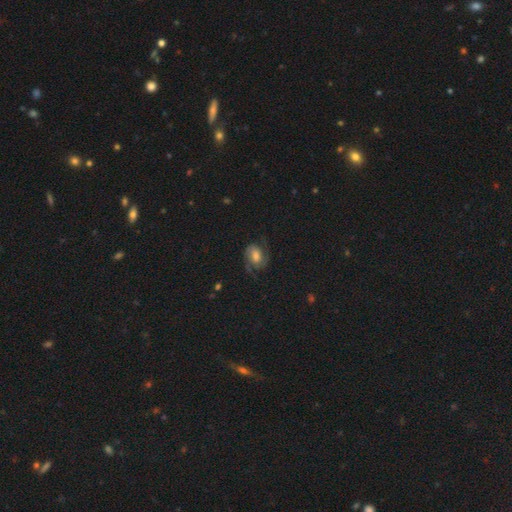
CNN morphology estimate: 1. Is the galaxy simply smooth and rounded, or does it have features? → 69% featured or disk, 21% smooth, 10% star or artifact.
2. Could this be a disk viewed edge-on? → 97% no, 3% yes.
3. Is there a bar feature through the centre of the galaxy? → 48% no, 41% weak, 11% strong.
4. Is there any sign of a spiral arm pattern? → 94% yes, 6% no.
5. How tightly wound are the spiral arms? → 49% medium, 30% tight, 21% loose.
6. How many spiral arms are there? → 86% 2, 6% can't tell, 3% 1, 3% 3, 1% 4, 1% more than 4.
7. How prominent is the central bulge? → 49% moderate, 25% large, 18% small, 5% none, 3% dominant.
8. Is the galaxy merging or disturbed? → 69% none, 18% minor disturbance, 12% major disturbance, 1% merger.